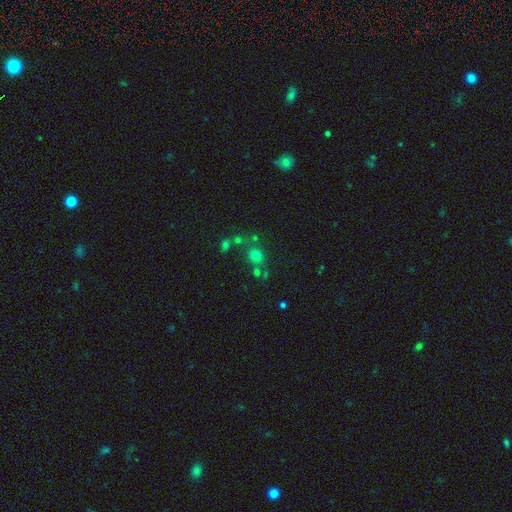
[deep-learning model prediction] smooth_or_featured: smooth (p=0.68) [alt: star or artifact p=0.22]
how_rounded: round (p=0.82) [alt: in between p=0.17]
merging: none (p=0.65) [alt: merger p=0.19]